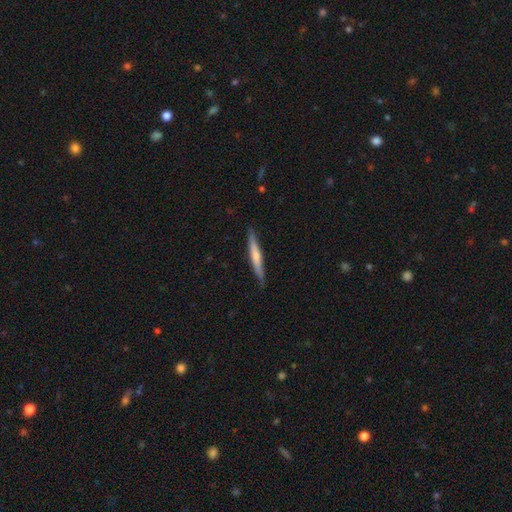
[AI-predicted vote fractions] A smooth galaxy with no disk features (50%) that is cigar-shaped (95%). Merging: none (88%).